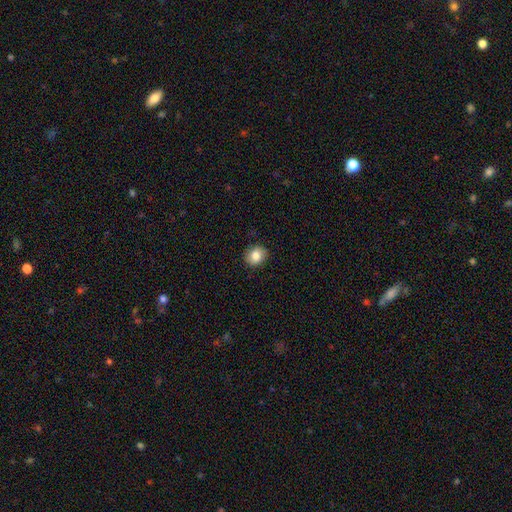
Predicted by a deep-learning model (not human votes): Overall: smooth (83%). How rounded: round (73%). Merging: none (88%).